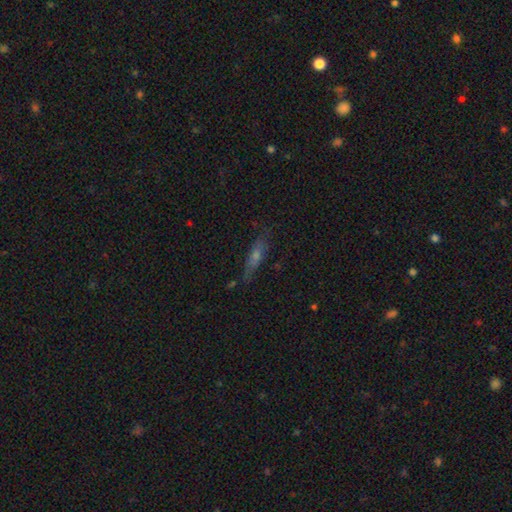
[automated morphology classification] Smooth or featured?
  - featured or disk: 45% *
  - smooth: 39%
  - star or artifact: 16%
Merging?
  - none: 75% *
  - minor disturbance: 17%
  - major disturbance: 5%
  - merger: 3%